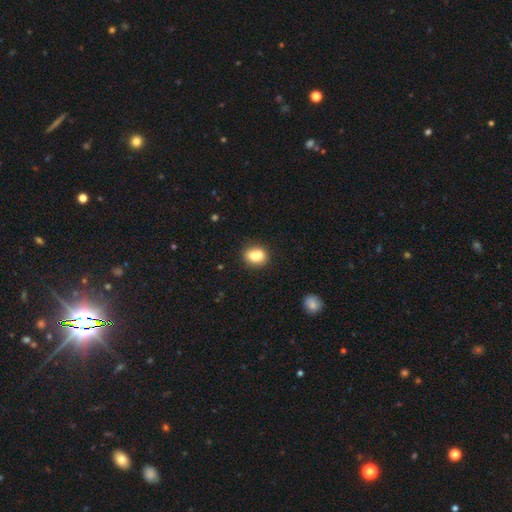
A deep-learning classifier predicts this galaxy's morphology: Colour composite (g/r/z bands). It shows a smooth galaxy with no disk features (80%) that is in between round and cigar-shaped (51%). Merging: none (67%).